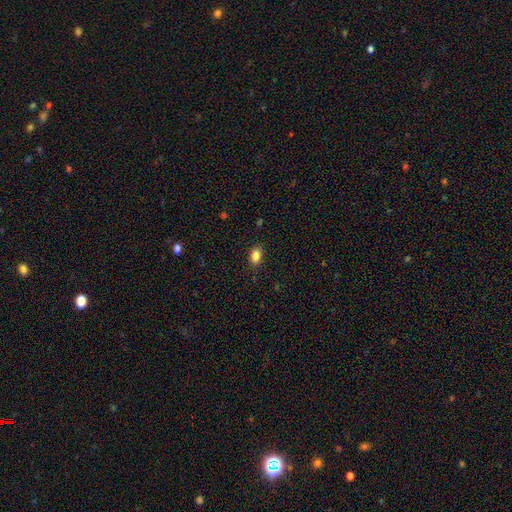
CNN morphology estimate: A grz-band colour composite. It shows a smooth galaxy with no disk features (85%) that is in between round and cigar-shaped (81%). Merging: none (88%).